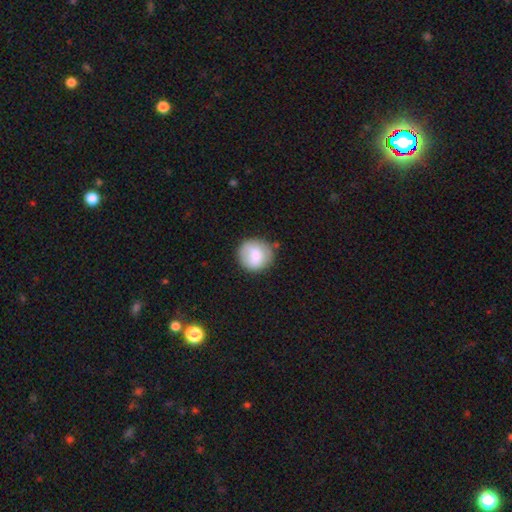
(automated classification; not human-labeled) Smooth or featured?
  - smooth: 75% *
  - featured or disk: 18%
  - star or artifact: 7%
How rounded?
  - round: 90% *
  - in between: 9%
  - cigar-shaped: 1%
Merging?
  - none: 77% *
  - minor disturbance: 16%
  - major disturbance: 4%
  - merger: 3%